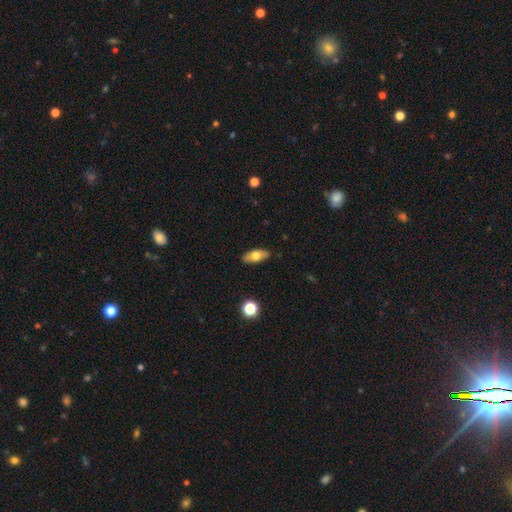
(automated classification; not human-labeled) smooth-or-featured: smooth: 66% | featured or disk: 27% | star or artifact: 7%
  how-rounded: in between: 81% | cigar-shaped: 15% | round: 4%
  merging: none: 88% | minor disturbance: 10% | major disturbance: 2% | merger: 1%